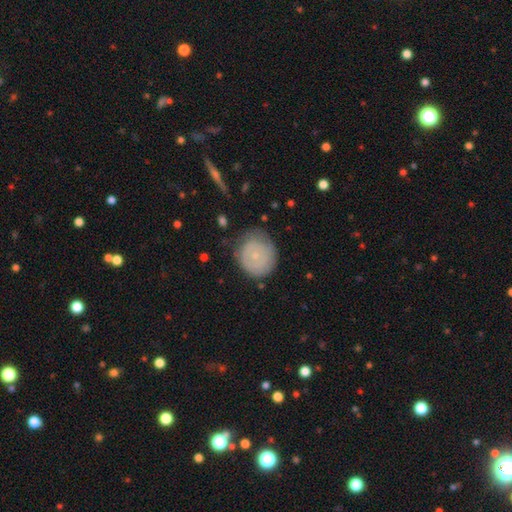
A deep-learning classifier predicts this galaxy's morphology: type=smooth (54%); roundness=round (83%); merging=none (67%).